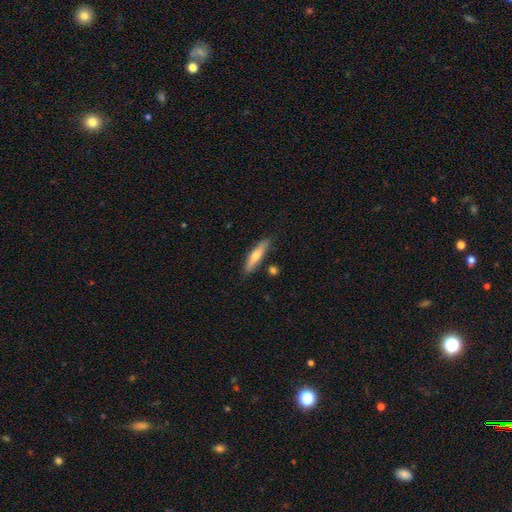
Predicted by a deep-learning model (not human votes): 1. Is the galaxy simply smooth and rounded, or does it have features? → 60% smooth, 34% featured or disk, 6% star or artifact.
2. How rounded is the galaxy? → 79% cigar-shaped, 19% in between, 2% round.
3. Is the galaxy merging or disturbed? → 82% none, 11% minor disturbance, 4% merger, 2% major disturbance.